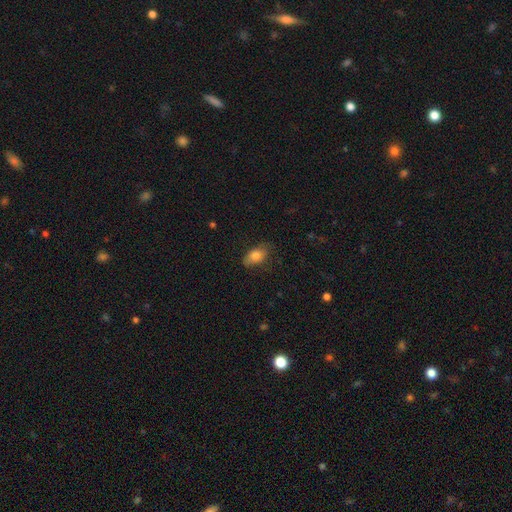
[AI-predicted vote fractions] smooth-or-featured: smooth: 81% | featured or disk: 11% | star or artifact: 8%
  how-rounded: in between: 87% | round: 10% | cigar-shaped: 3%
  merging: none: 70% | minor disturbance: 22% | major disturbance: 6% | merger: 1%